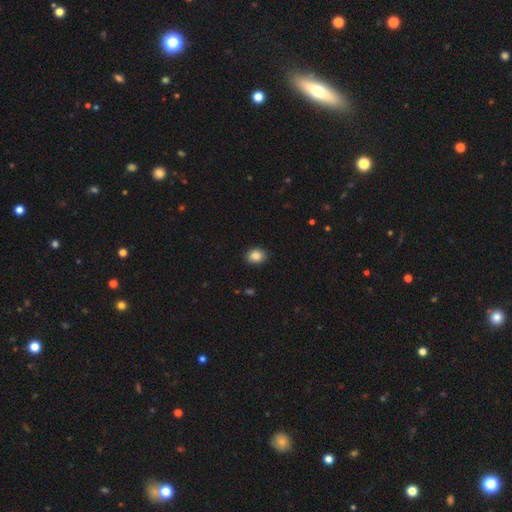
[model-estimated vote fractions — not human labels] Morphology: type=smooth (86%); roundness=in between (53%); merging=none (89%).